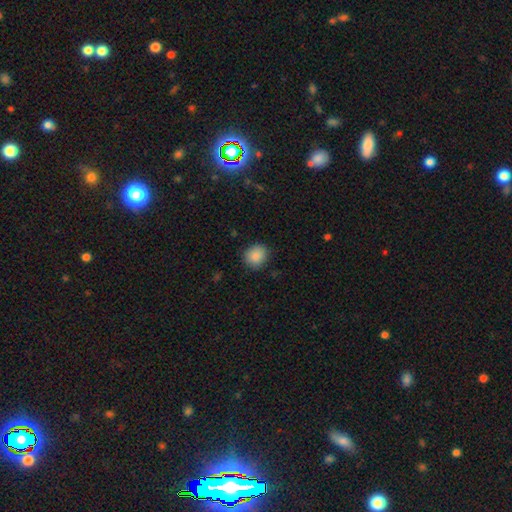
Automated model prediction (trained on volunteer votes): Morphology: type=smooth (88%); roundness=round (80%); merging=none (87%).